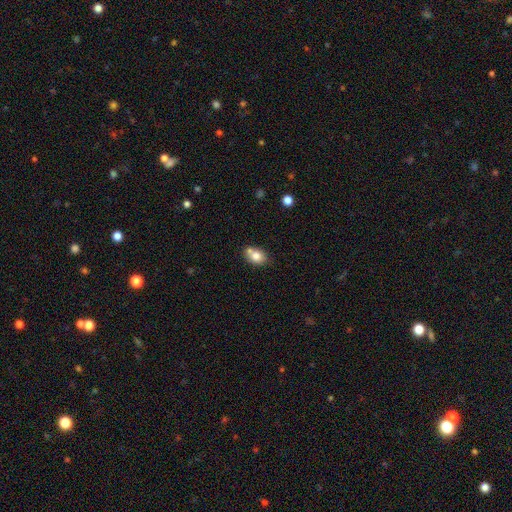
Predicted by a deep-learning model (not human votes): Q: Smooth or featured?
A: smooth (79%); runner-up: featured or disk (12%)
Q: How rounded?
A: in between (66%); runner-up: round (33%)
Q: Merging?
A: none (55%); runner-up: merger (27%)